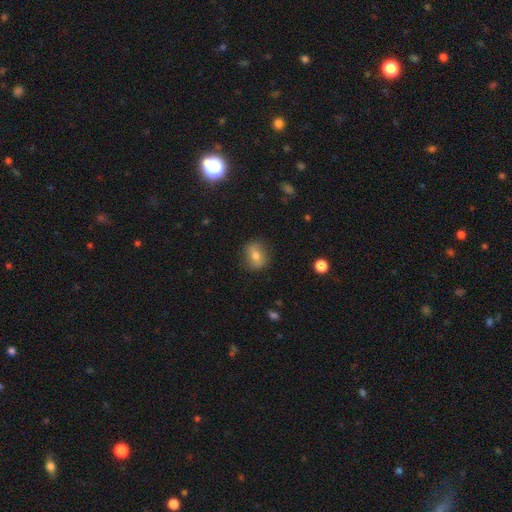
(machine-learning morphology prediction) Smooth or featured? Predicted: smooth (p=0.64). How rounded? Predicted: round (p=0.59). Merging? Predicted: none (p=0.81).